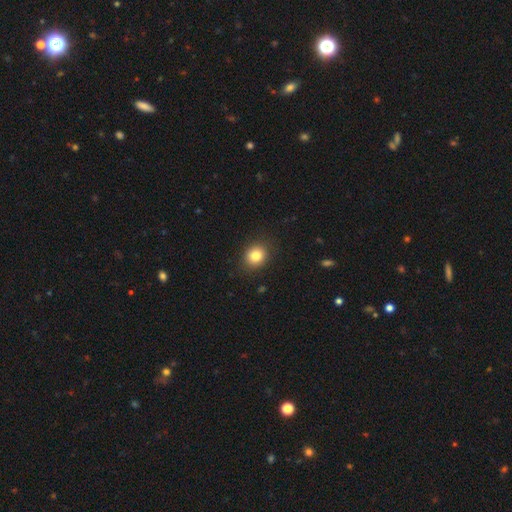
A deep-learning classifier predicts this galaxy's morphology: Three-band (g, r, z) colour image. It shows a smooth galaxy with no disk features (82%) that is round (69%). Merging: none (88%).